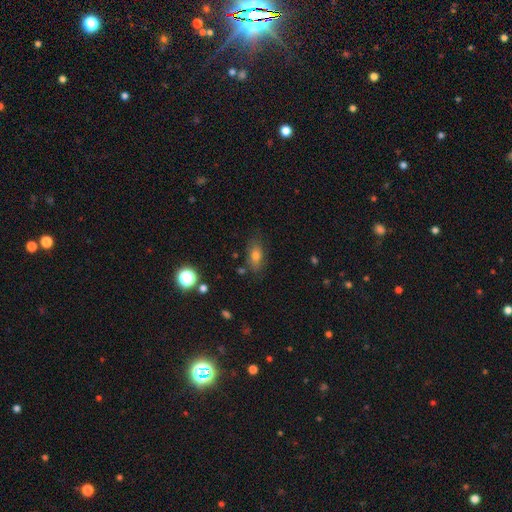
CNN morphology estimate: Smooth or featured: smooth — 68% (featured or disk — 17%)
How rounded: in between — 81% (round — 11%)
Merging: none — 77% (minor disturbance — 16%)